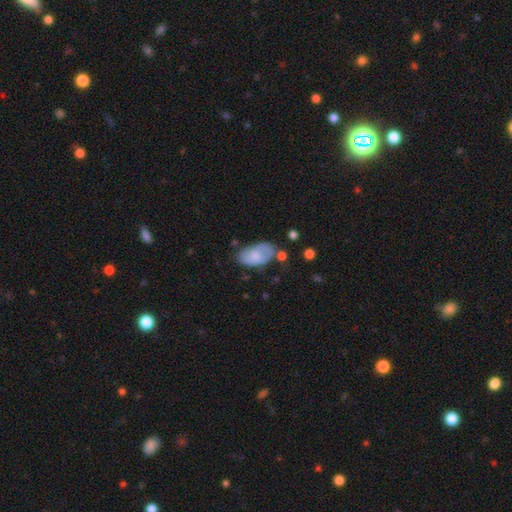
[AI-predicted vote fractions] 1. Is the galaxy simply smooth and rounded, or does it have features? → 69% smooth, 24% featured or disk, 7% star or artifact.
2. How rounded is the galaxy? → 94% in between, 4% round, 2% cigar-shaped.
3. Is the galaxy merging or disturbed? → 55% none, 28% minor disturbance, 10% major disturbance, 7% merger.